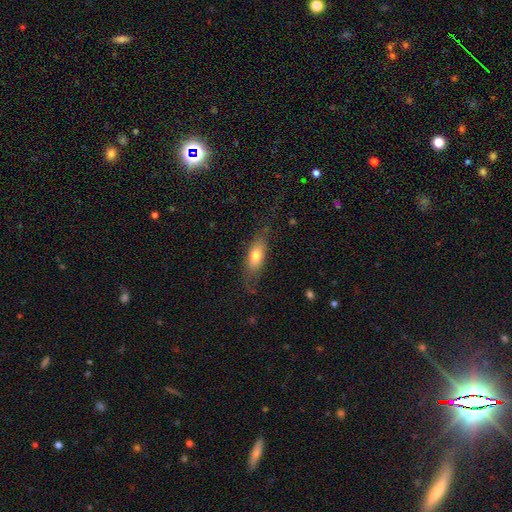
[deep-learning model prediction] Smooth or featured? Predicted: smooth (p=0.68). How rounded? Predicted: in between (p=0.69). Merging? Predicted: none (p=0.68).